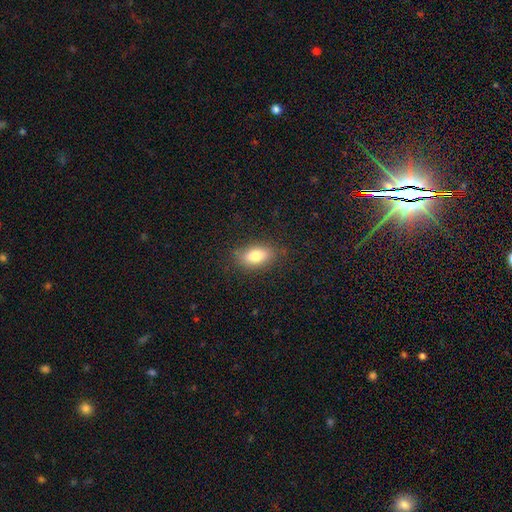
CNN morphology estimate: Overall: smooth (79%). How rounded: in between (87%). Merging: none (84%).